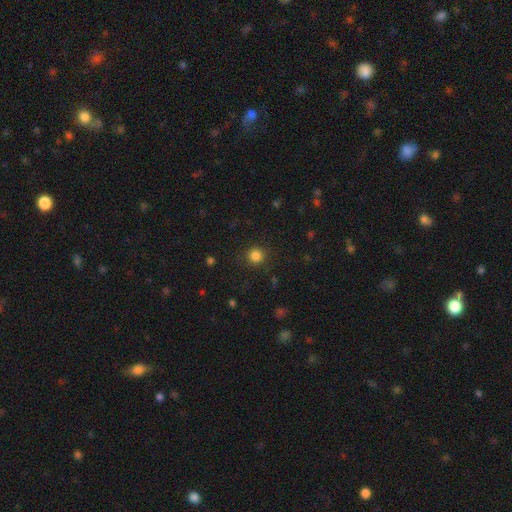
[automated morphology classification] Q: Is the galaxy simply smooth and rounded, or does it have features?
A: smooth — 83%.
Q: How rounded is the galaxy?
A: round — 93%.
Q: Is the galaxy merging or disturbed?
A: none — 89%.